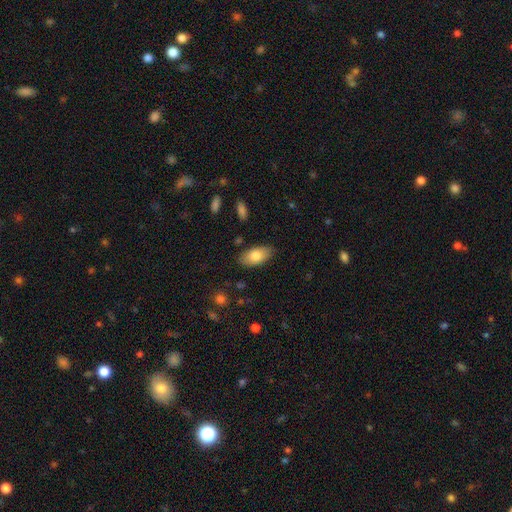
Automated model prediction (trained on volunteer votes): Smooth or featured?
  - smooth: 78% *
  - featured or disk: 15%
  - star or artifact: 6%
How rounded?
  - in between: 93% *
  - cigar-shaped: 4%
  - round: 3%
Merging?
  - none: 84% *
  - minor disturbance: 12%
  - major disturbance: 2%
  - merger: 1%